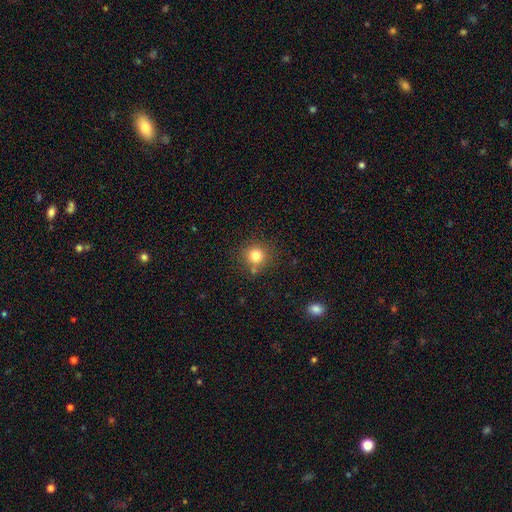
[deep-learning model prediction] The model was most divided on "smooth or featured": smooth: 80%, star or artifact: 13%, featured or disk: 7%. More confident: how rounded — round (91%); merging — none (79%).